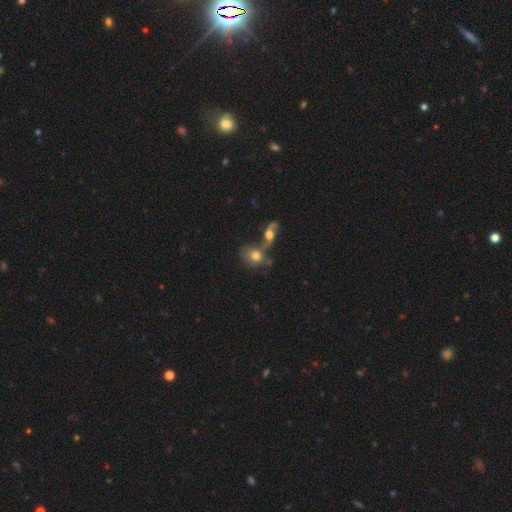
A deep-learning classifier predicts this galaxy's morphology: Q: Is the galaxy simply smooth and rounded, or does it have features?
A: smooth — 66%.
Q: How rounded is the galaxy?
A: in between — 57%.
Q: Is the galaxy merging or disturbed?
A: merger — 59%.